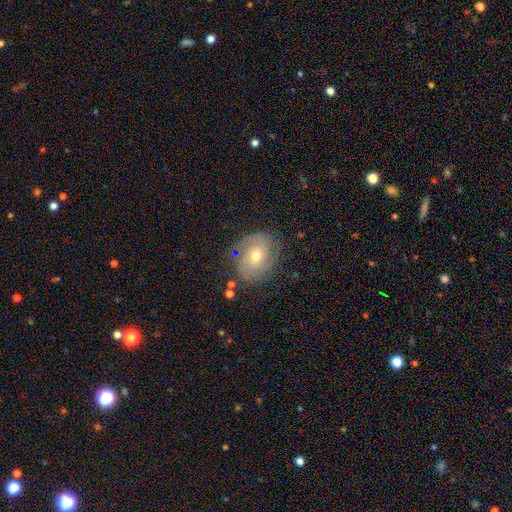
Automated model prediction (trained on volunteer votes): This is likely a featured or disk galaxy (62%). It is clearly not viewed edge-on (96%). Bar: likely no (71%). Spiral arm pattern: clearly yes (83%). Central bulge: likely moderate (60%). Merging: likely none (76%).